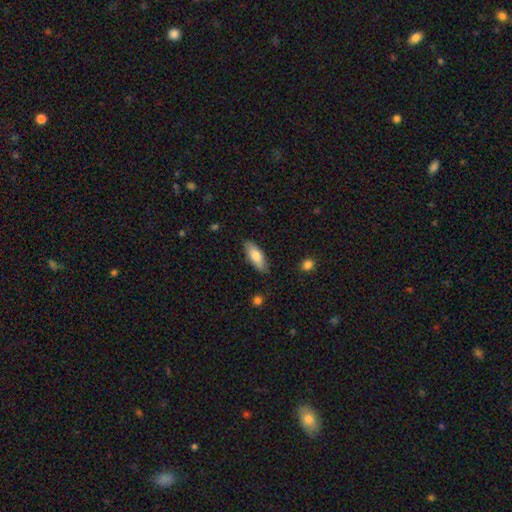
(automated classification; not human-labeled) Overall: smooth (76%). How rounded: in between (71%). Merging: none (85%).